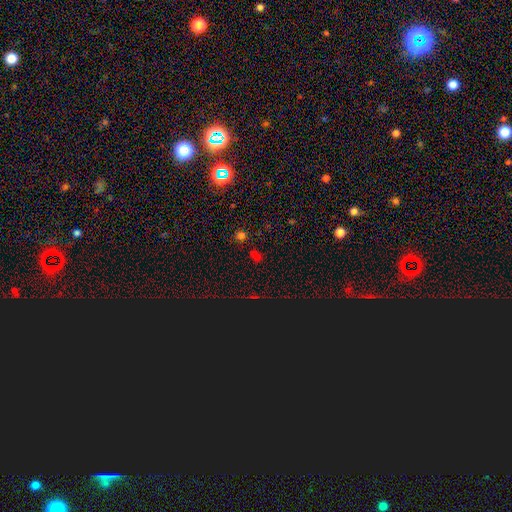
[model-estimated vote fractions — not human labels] smooth-or-featured: star or artifact: 54% | smooth: 39% | featured or disk: 7%